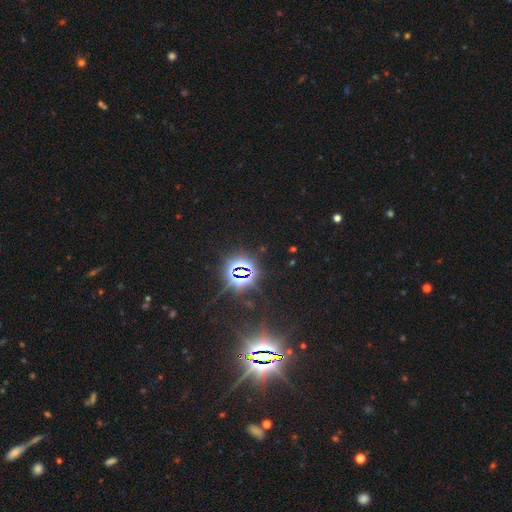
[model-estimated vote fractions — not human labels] Smooth or featured? star or artifact (84%)